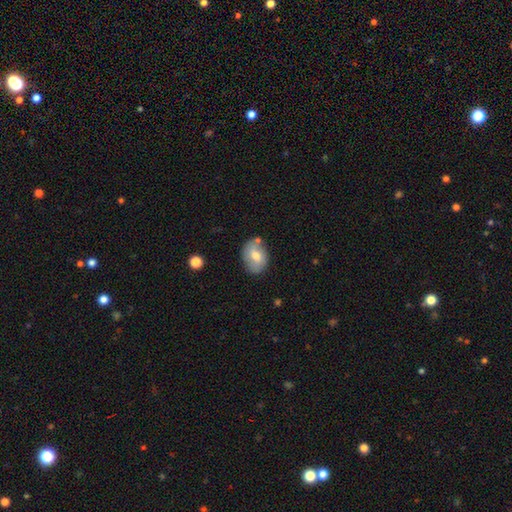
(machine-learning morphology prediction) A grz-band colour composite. It shows a smooth galaxy with no disk features (64%) that is in between round and cigar-shaped (69%). Merging: none (72%).